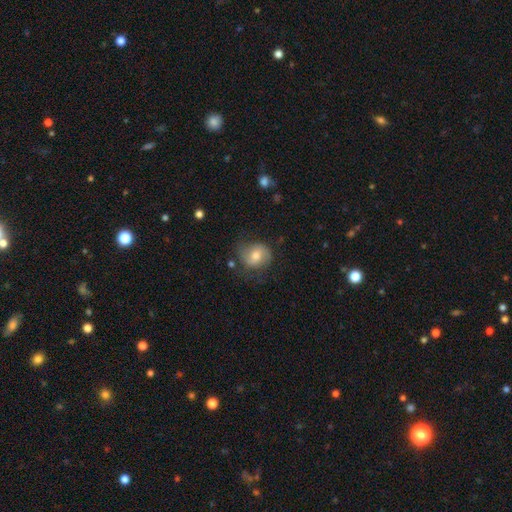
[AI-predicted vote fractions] Morphology: type=smooth (52%); roundness=round (65%); merging=none (62%).